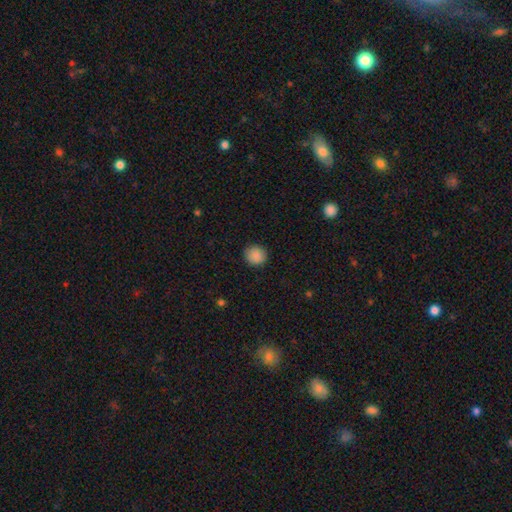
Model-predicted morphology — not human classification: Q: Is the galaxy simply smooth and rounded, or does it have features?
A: smooth — 89%.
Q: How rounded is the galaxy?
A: round — 89%.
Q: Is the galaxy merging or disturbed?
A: none — 90%.